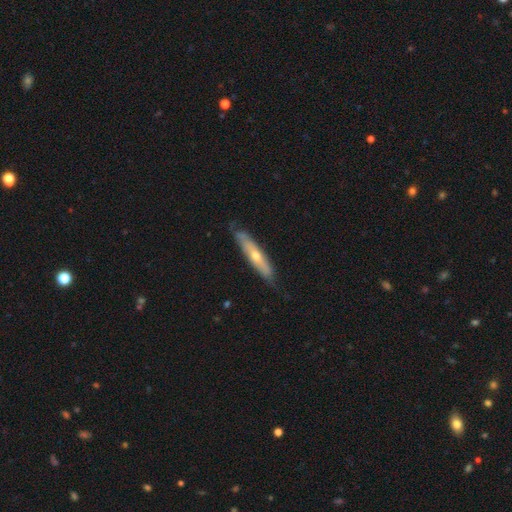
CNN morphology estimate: smooth-or-featured: featured or disk: 53% | smooth: 41% | star or artifact: 6%
  disk-edge-on: yes: 71% | no: 29%
  merging: none: 76% | minor disturbance: 19% | major disturbance: 3% | merger: 1%